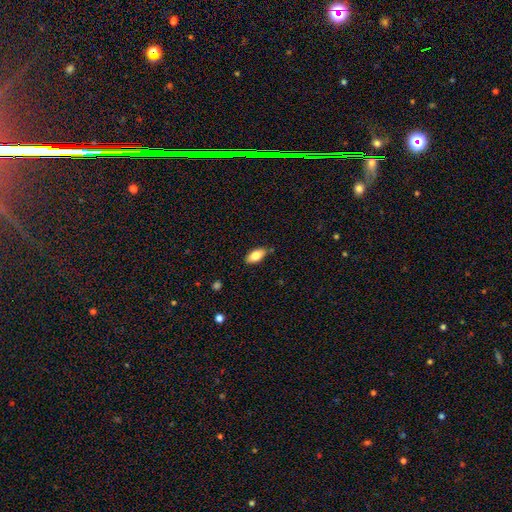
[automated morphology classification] smooth_or_featured: smooth (p=0.80) [alt: featured or disk p=0.13]
how_rounded: in between (p=0.91) [alt: cigar-shaped p=0.06]
merging: none (p=0.82) [alt: minor disturbance p=0.14]